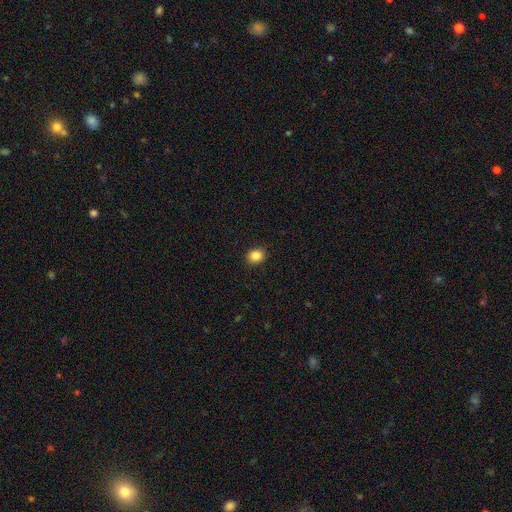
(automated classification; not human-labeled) A smooth galaxy with no disk features (86%) that is round (66%).

Vote fractions:
- Smooth or featured? smooth: 86% / star or artifact: 10% / featured or disk: 4%
- How rounded? round: 66% / in between: 34% / cigar-shaped: 1%
- Merging? none: 90% / minor disturbance: 7% / major disturbance: 2% / merger: 1%